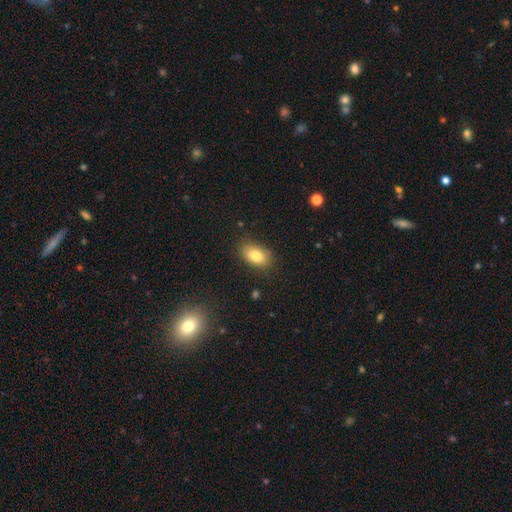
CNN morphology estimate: smooth 83%, featured or disk 9%, star or artifact 9%. Down the decision tree: how rounded — in between (90%); merging — none (82%).